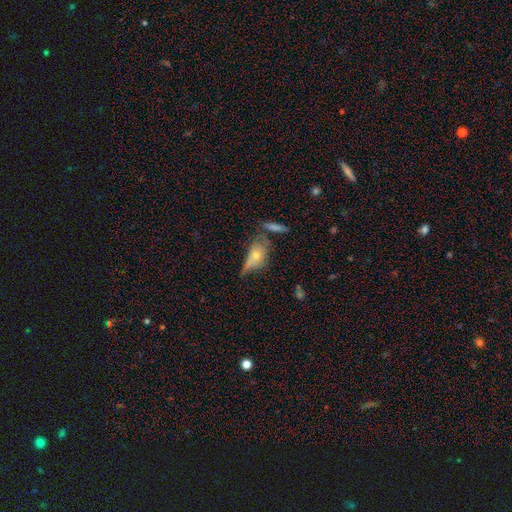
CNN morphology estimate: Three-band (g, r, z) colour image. It shows a smooth galaxy with no disk features (57%) that is in between round and cigar-shaped (76%). Merging: none (35%).